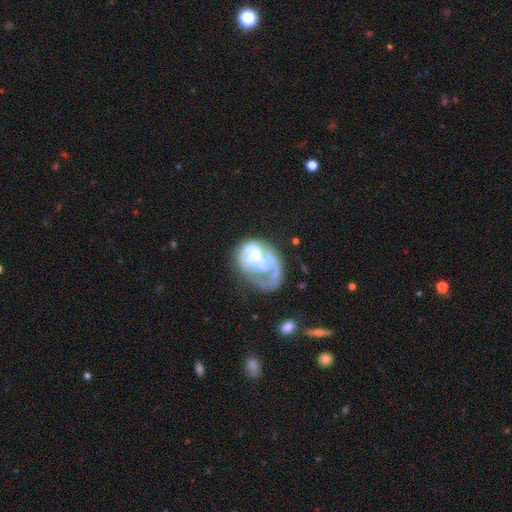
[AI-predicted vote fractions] Smooth or featured? featured or disk (66%)
Edge-on disk? no (98%)
Bar? no (71%)
Spiral arms? no (60%)
Bulge size? moderate (50%)
Merging? major disturbance (38%)